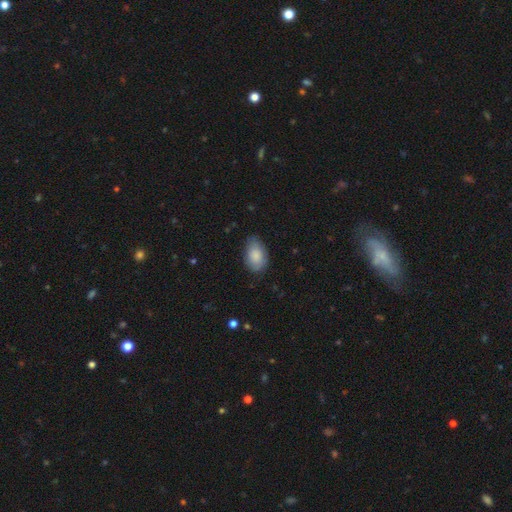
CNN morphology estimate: Overall: smooth (85%). How rounded: in between (91%). Merging: none (68%).